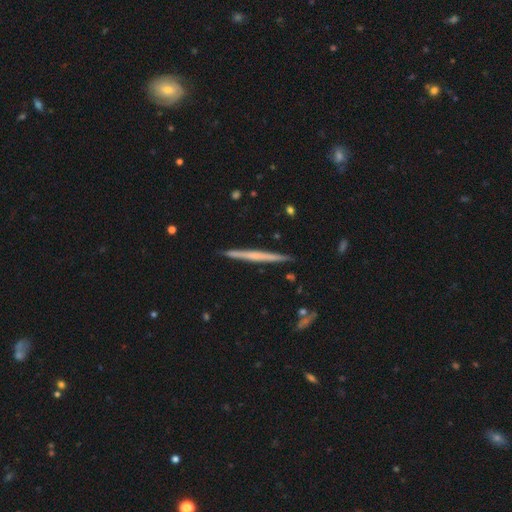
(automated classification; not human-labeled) featured or disk 56%, smooth 38%, star or artifact 6%. Down the decision tree: edge-on disk — yes (98%); edge-on bulge — none (81%); merging — none (92%).